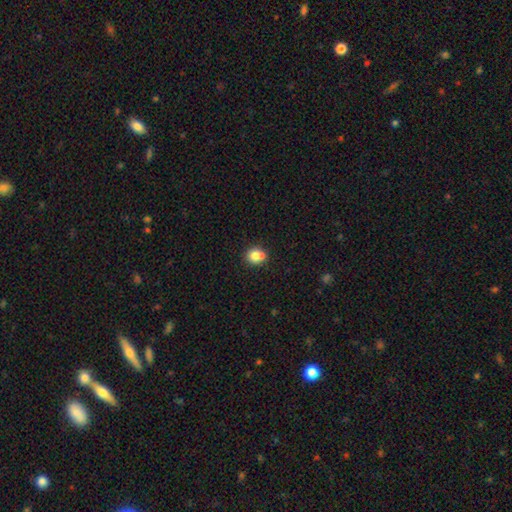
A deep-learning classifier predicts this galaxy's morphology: Q: Smooth or featured?
A: smooth (77%); runner-up: featured or disk (13%)
Q: How rounded?
A: round (72%); runner-up: in between (27%)
Q: Merging?
A: none (52%); runner-up: merger (29%)